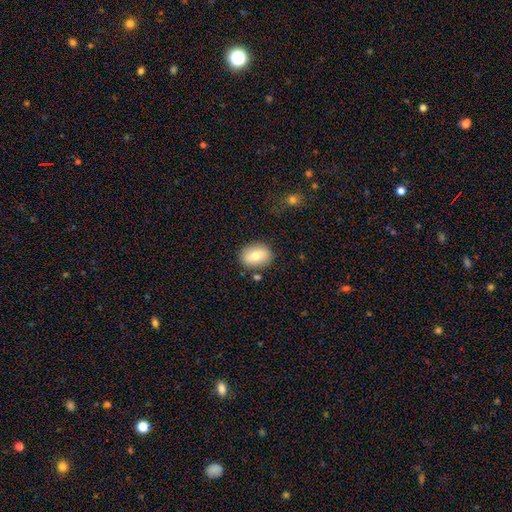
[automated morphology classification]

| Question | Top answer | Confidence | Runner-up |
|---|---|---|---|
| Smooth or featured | smooth | 70% | featured or disk (22%) |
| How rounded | in between | 63% | round (35%) |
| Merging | none | 84% | minor disturbance (11%) |